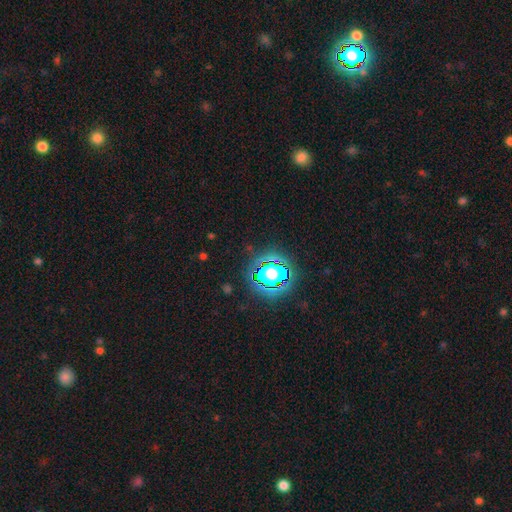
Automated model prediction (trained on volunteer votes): This is likely a star or artifact rather than a galaxy (80%).